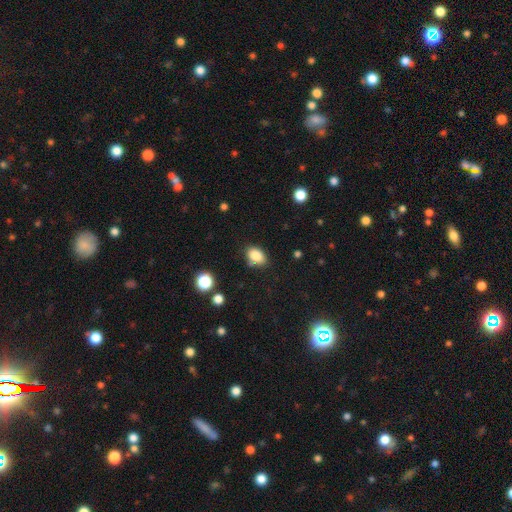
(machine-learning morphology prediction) smooth-or-featured: smooth: 85% | star or artifact: 10% | featured or disk: 5%
  how-rounded: in between: 81% | round: 18% | cigar-shaped: 1%
  merging: none: 73% | minor disturbance: 18% | merger: 5% | major disturbance: 4%